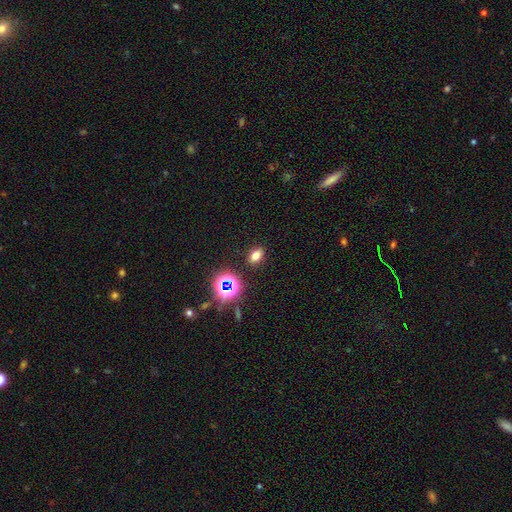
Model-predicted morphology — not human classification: This is likely a smooth galaxy (67%). How rounded: likely in between (79%). Merging: clearly none (88%).